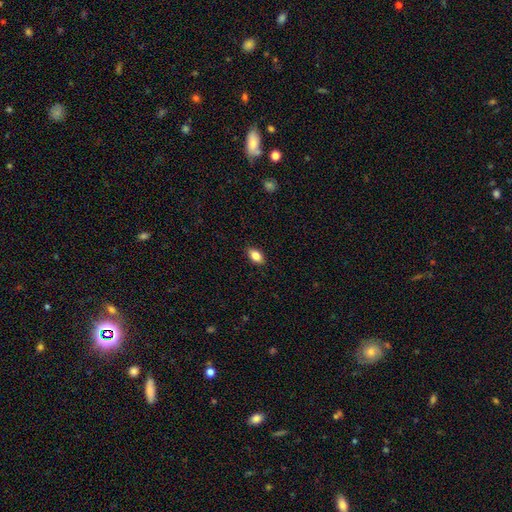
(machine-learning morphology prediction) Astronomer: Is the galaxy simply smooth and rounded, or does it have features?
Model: smooth — 84%.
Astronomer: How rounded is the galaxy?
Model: in between — 89%.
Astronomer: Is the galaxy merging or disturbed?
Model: none — 88%.